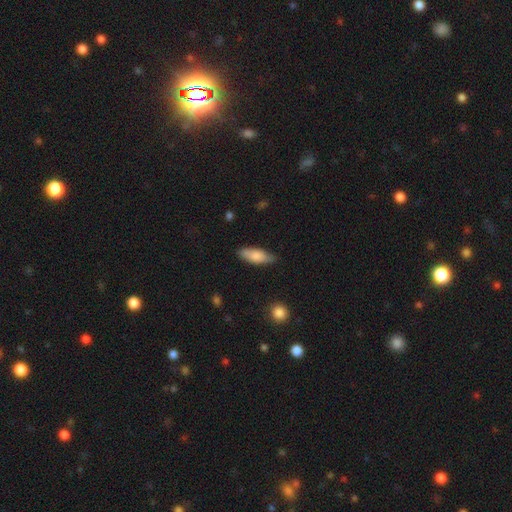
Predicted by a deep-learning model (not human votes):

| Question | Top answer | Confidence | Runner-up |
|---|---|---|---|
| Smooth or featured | smooth | 78% | featured or disk (17%) |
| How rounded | in between | 68% | cigar-shaped (30%) |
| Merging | none | 78% | minor disturbance (18%) |